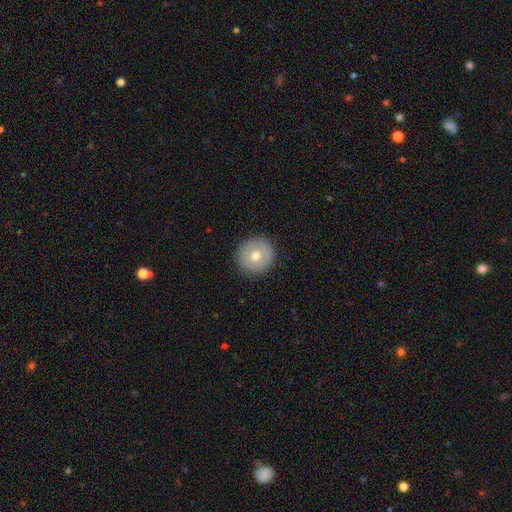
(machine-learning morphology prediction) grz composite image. It shows a smooth galaxy with no disk features (65%) that is round (94%). Merging: none (90%).